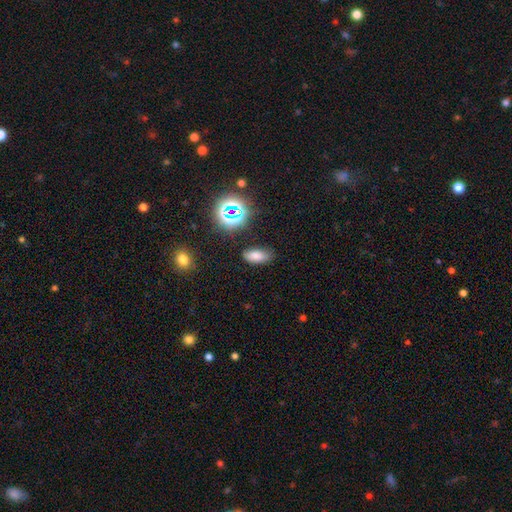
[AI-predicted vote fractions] Smooth or featured?
  - smooth: 73% *
  - star or artifact: 19%
  - featured or disk: 8%
How rounded?
  - in between: 87% *
  - cigar-shaped: 7%
  - round: 6%
Merging?
  - none: 80% *
  - minor disturbance: 14%
  - major disturbance: 4%
  - merger: 2%